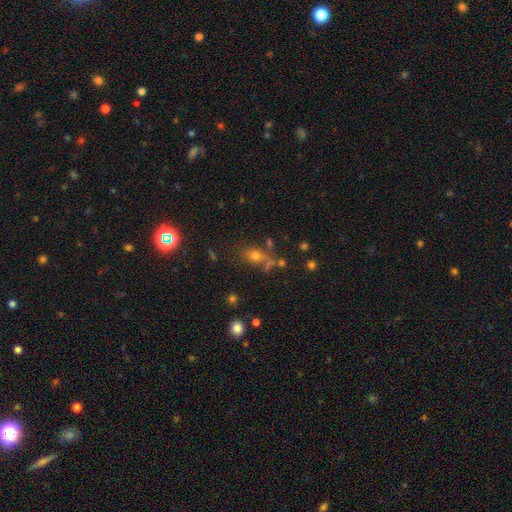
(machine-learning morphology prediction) Overall: smooth (57%; star or artifact 28%). How rounded: in between (56%; round 40%). Merging: none (54%; merger 18%).